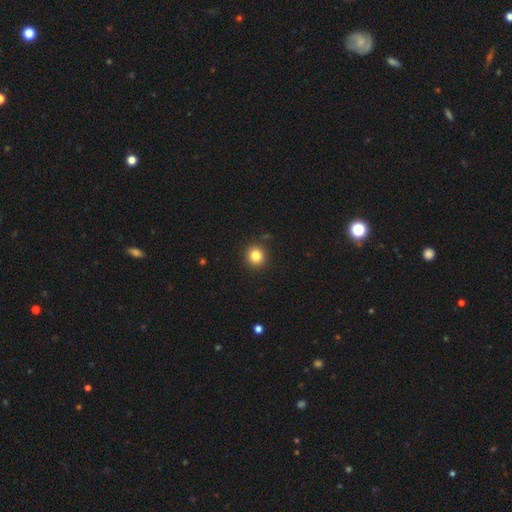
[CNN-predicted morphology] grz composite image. It shows a smooth galaxy with no disk features (84%) that is round (90%). Merging: none (91%).